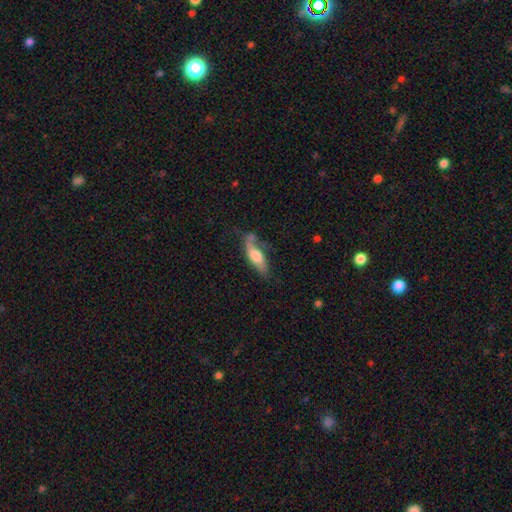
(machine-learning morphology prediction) This appears to be a smooth galaxy with no disk features (56%) that is in between round and cigar-shaped (60%). Merging: none (41%).